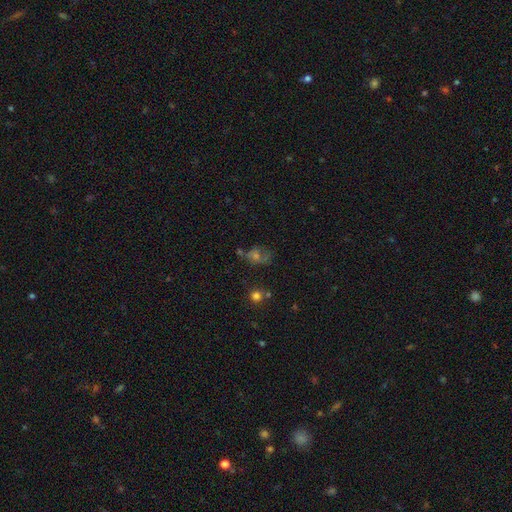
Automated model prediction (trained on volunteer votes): The model was most divided on "smooth or featured": smooth: 37%, featured or disk: 33%, star or artifact: 30%. Remaining: merging — none (46%).